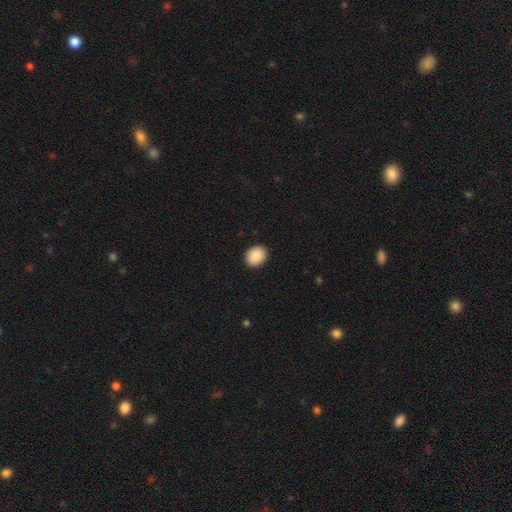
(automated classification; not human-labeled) smooth 89%, star or artifact 7%, featured or disk 3%. Down the decision tree: how rounded — round (50%); merging — none (91%).